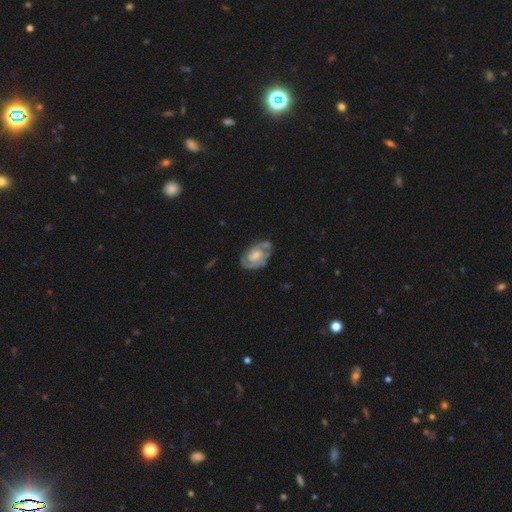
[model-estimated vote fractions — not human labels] Smooth or featured? Predicted: featured or disk (p=0.77). Edge-on disk? Predicted: no (p=0.97). Bar? Predicted: no (p=0.57). Spiral arms? Predicted: yes (p=0.90). Spiral winding? Predicted: tight (p=0.54). Spiral arm count? Predicted: 2 (p=0.59). Bulge size? Predicted: moderate (p=0.42). Merging? Predicted: none (p=0.63).